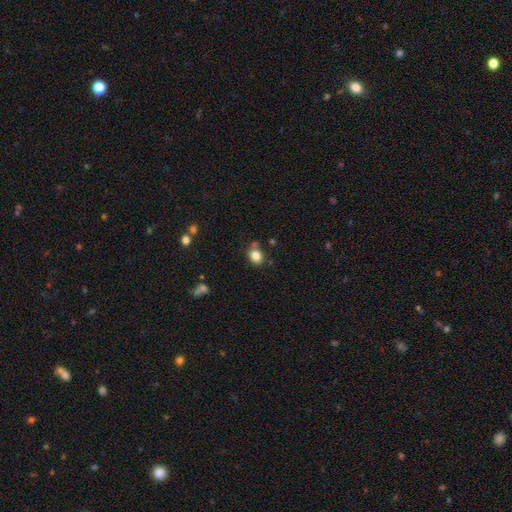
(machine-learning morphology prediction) smooth_or_featured: smooth (p=0.82) [alt: star or artifact p=0.11]
how_rounded: round (p=0.59) [alt: in between p=0.40]
merging: none (p=0.70) [alt: minor disturbance p=0.17]